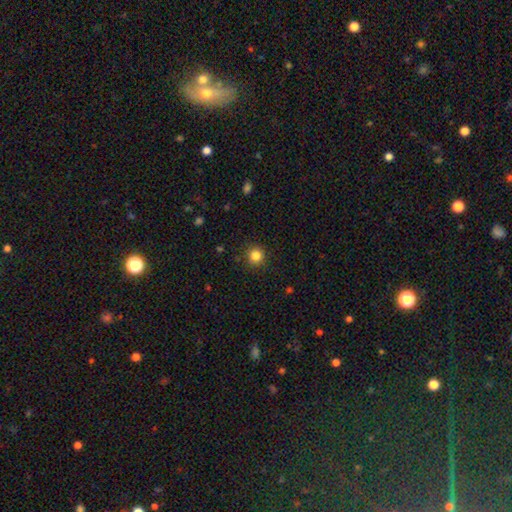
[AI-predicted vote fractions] This appears to be a smooth galaxy with no disk features (84%) that is round (94%). Merging: none (90%).